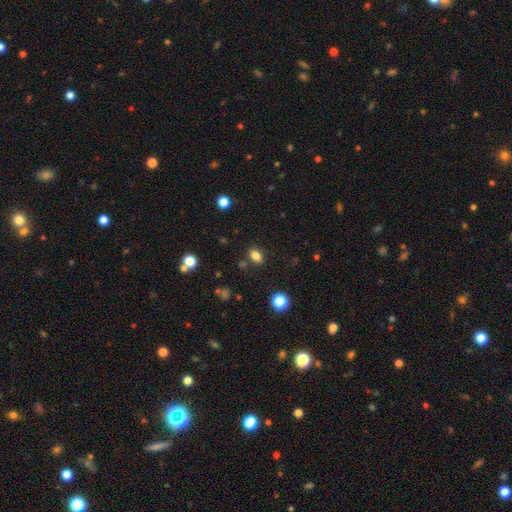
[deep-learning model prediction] This appears to be a smooth galaxy with no disk features (82%) that is in between round and cigar-shaped (83%). Merging: none (82%).